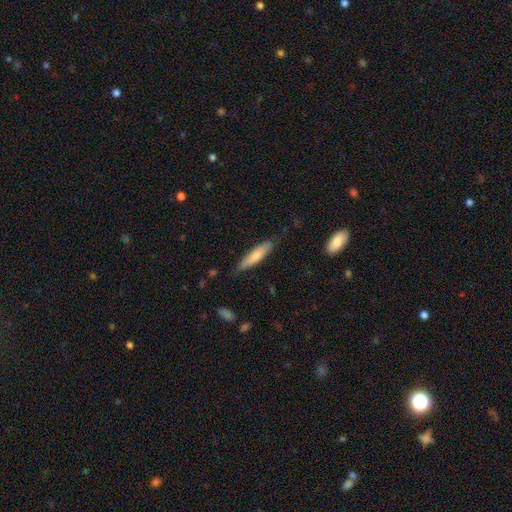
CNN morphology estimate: smooth_or_featured: smooth (p=0.69) [alt: featured or disk p=0.26]
how_rounded: cigar-shaped (p=0.78) [alt: in between p=0.21]
merging: none (p=0.76) [alt: minor disturbance p=0.19]